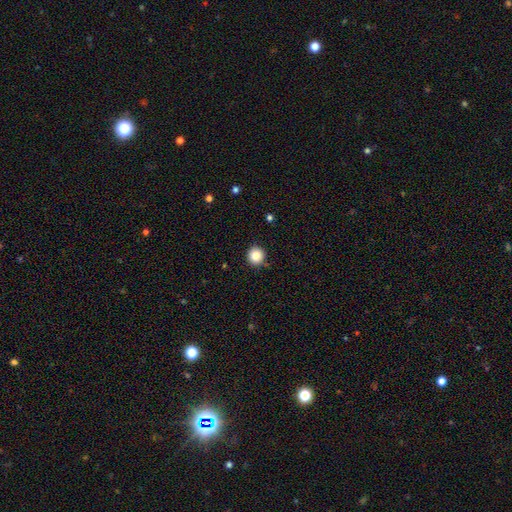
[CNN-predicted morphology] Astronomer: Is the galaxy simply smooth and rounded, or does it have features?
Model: smooth — 85%.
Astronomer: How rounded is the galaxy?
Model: round — 94%.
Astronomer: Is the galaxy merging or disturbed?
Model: none — 90%.